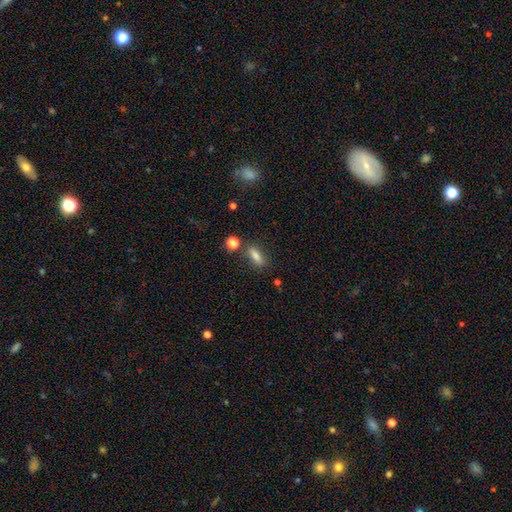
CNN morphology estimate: Smooth or featured: smooth — 79% (star or artifact — 12%)
How rounded: in between — 65% (cigar-shaped — 28%)
Merging: none — 74% (minor disturbance — 14%)